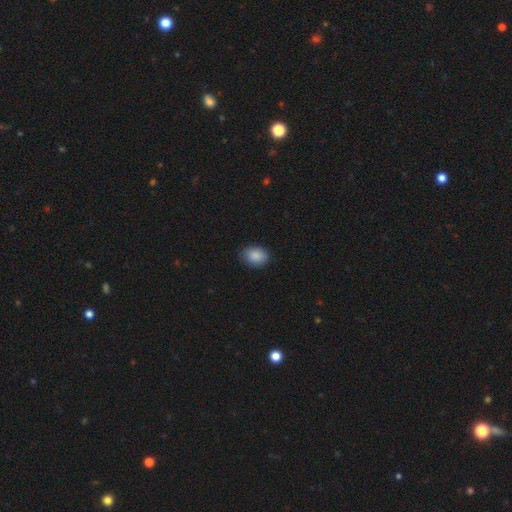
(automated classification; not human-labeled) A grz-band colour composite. It shows a smooth galaxy with no disk features (89%) that is in between round and cigar-shaped (66%). Merging: none (86%).